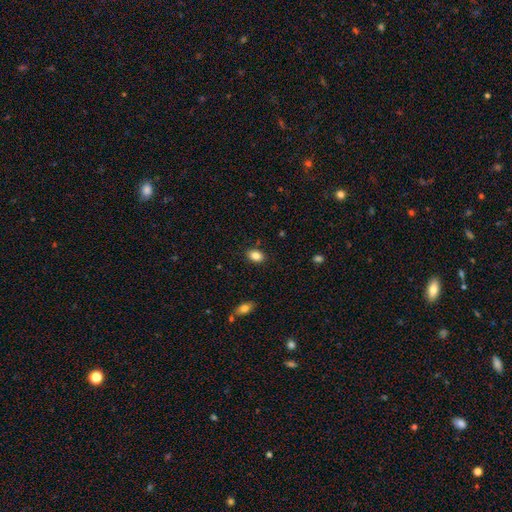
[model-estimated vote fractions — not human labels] This is clearly a smooth galaxy (85%). How rounded: clearly in between (80%). Merging: clearly none (87%).